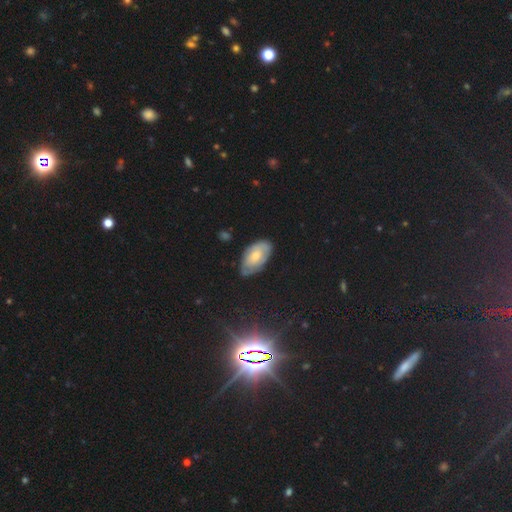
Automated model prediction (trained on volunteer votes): smooth 54%, featured or disk 38%, star or artifact 8%. Down the decision tree: how rounded — in between (94%); merging — none (66%).